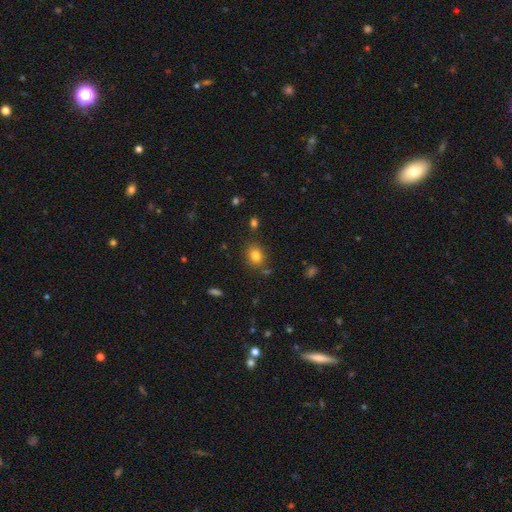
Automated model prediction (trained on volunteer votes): A smooth galaxy with no disk features (81%) that is round (55%). Merging: none (81%).